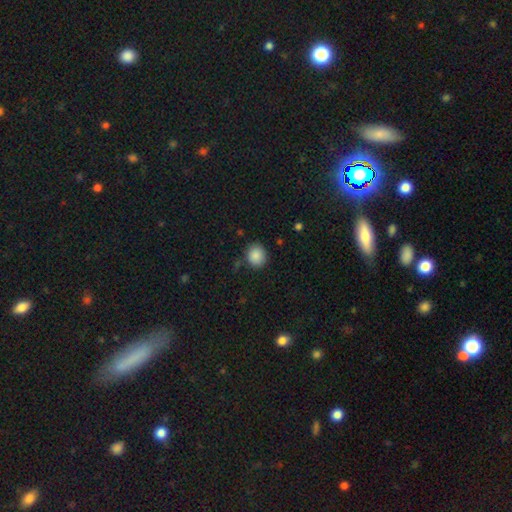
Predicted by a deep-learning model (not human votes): Smooth or featured?
  - smooth: 88% *
  - star or artifact: 9%
  - featured or disk: 4%
How rounded?
  - round: 79% *
  - in between: 20%
  - cigar-shaped: 1%
Merging?
  - none: 84% *
  - minor disturbance: 11%
  - major disturbance: 3%
  - merger: 2%